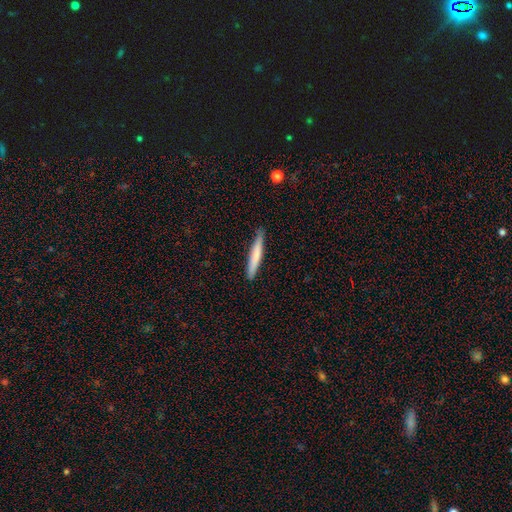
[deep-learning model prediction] smooth-or-featured: smooth: 71% | featured or disk: 23% | star or artifact: 5%
  how-rounded: cigar-shaped: 95% | in between: 4% | round: 1%
  merging: none: 85% | minor disturbance: 12% | major disturbance: 2% | merger: 1%